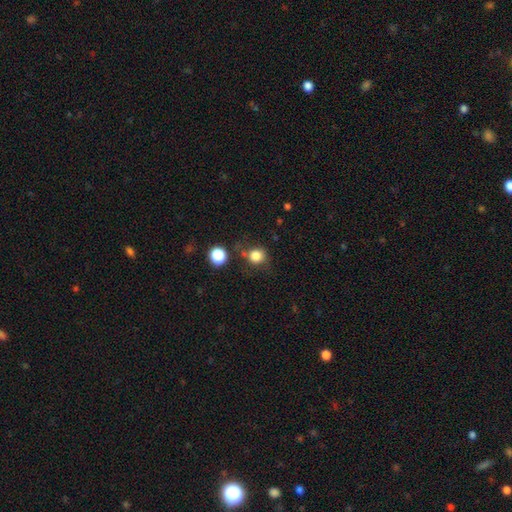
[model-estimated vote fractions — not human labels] The model was most divided on "merging": none: 67%, minor disturbance: 17%, merger: 10%, major disturbance: 7%. More confident: how rounded — round (84%); smooth or featured — smooth (81%).